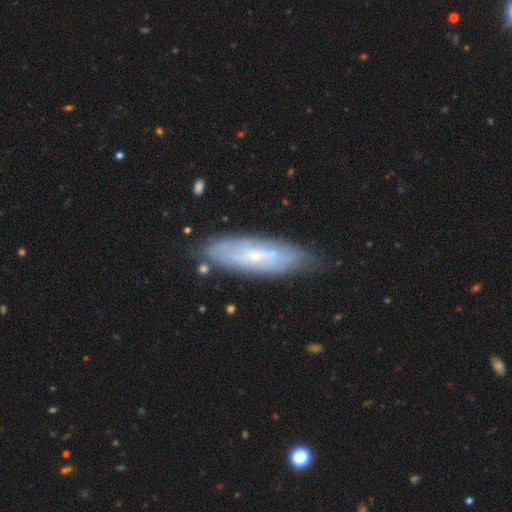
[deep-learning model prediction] Smooth or featured? Predicted: featured or disk (p=0.59). Edge-on disk? Predicted: no (p=0.70). Merging? Predicted: none (p=0.77).